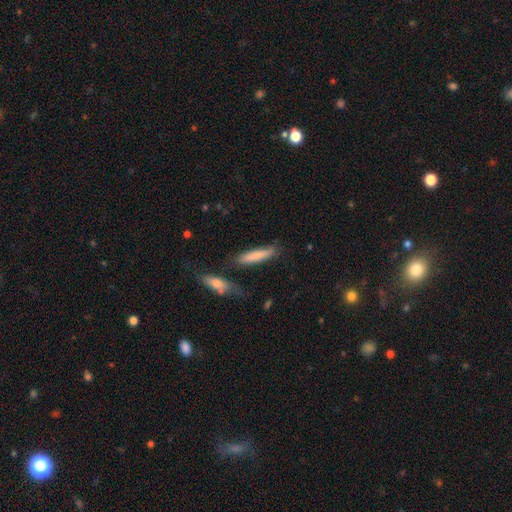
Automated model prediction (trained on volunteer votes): The model was most divided on "merging": none: 75%, minor disturbance: 14%, merger: 6%, major disturbance: 4%. More confident: how rounded — cigar-shaped (84%); smooth or featured — smooth (80%).